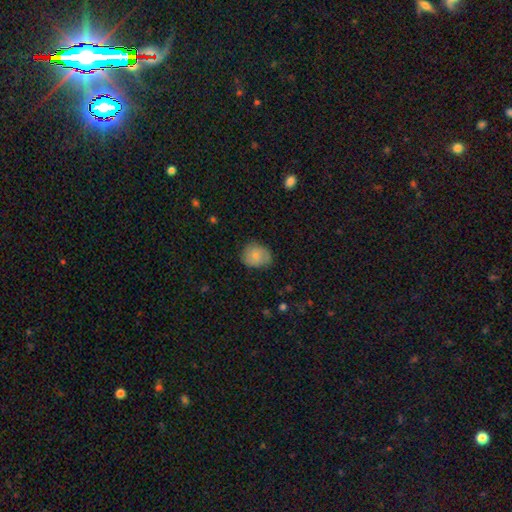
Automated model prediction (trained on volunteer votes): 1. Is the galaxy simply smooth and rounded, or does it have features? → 77% smooth, 16% featured or disk, 7% star or artifact.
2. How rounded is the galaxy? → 59% round, 40% in between, 1% cigar-shaped.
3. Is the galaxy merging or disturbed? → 69% none, 25% minor disturbance, 5% major disturbance, 1% merger.